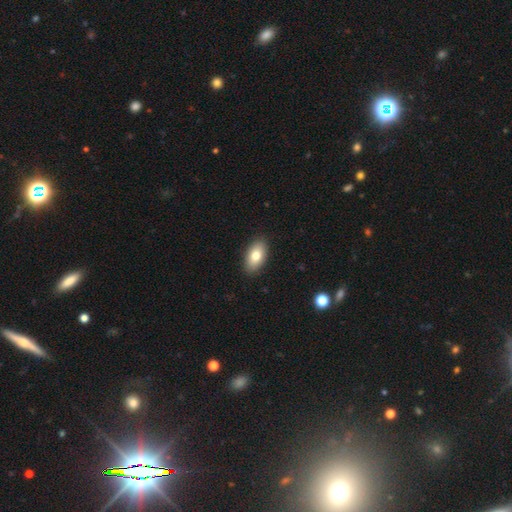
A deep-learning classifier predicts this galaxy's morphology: Smooth or featured? smooth (79%)
How rounded? in between (92%)
Merging? none (89%)